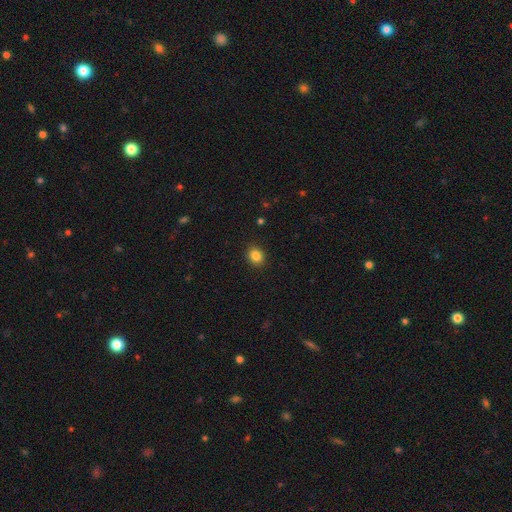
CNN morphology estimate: smooth 85%, star or artifact 11%, featured or disk 5%. Down the decision tree: how rounded — round (64%); merging — none (90%).